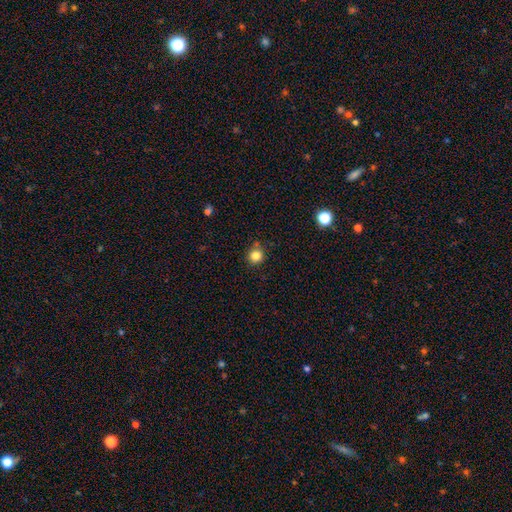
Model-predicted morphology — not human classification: smooth 84%, star or artifact 12%, featured or disk 5%. Down the decision tree: how rounded — round (91%); merging — none (78%).